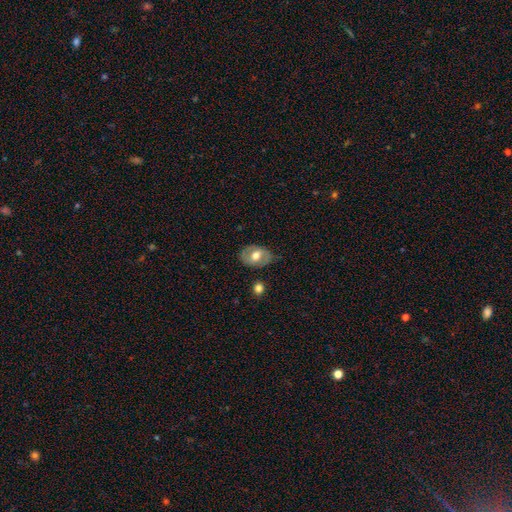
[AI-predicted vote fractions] smooth_or_featured: featured or disk (p=0.47) [alt: smooth p=0.46]
merging: none (p=0.71) [alt: minor disturbance p=0.21]